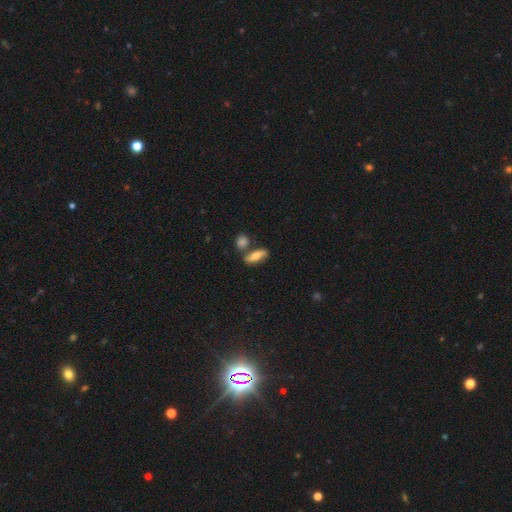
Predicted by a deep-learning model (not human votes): Smooth or featured? smooth (56%)
How rounded? in between (61%)
Merging? none (65%)